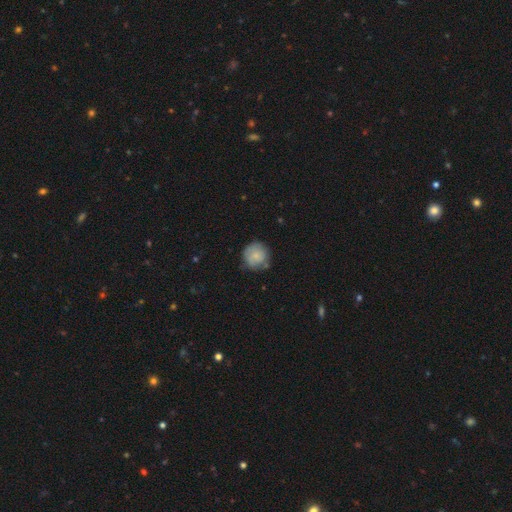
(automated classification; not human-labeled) smooth 75%, featured or disk 18%, star or artifact 7%. Down the decision tree: how rounded — round (91%); merging — none (69%).